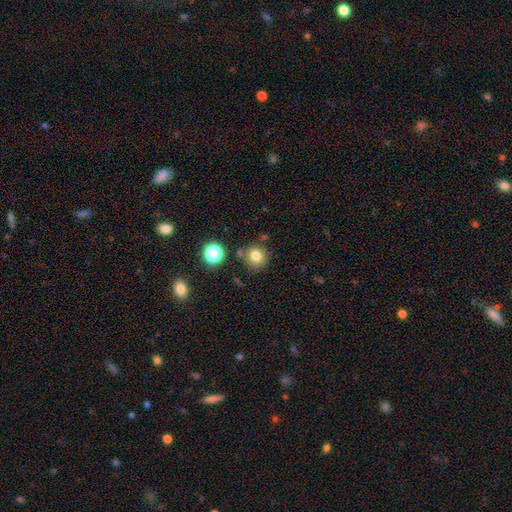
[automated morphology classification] Smooth or featured?
  - smooth: 78% *
  - star or artifact: 14%
  - featured or disk: 8%
How rounded?
  - round: 91% *
  - in between: 8%
  - cigar-shaped: 1%
Merging?
  - none: 78% *
  - minor disturbance: 11%
  - merger: 8%
  - major disturbance: 3%